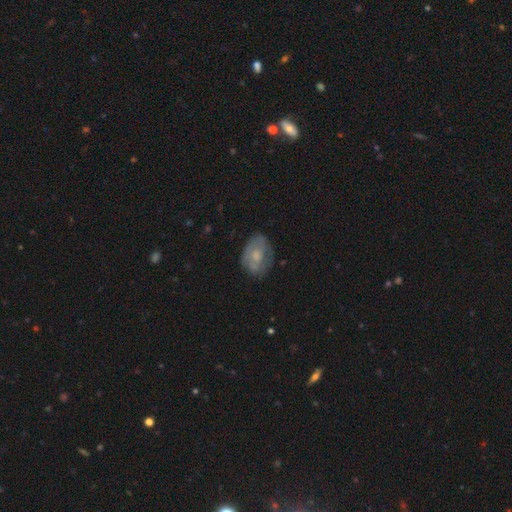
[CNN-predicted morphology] This is possibly a smooth galaxy (47%). Merging: likely none (65%).